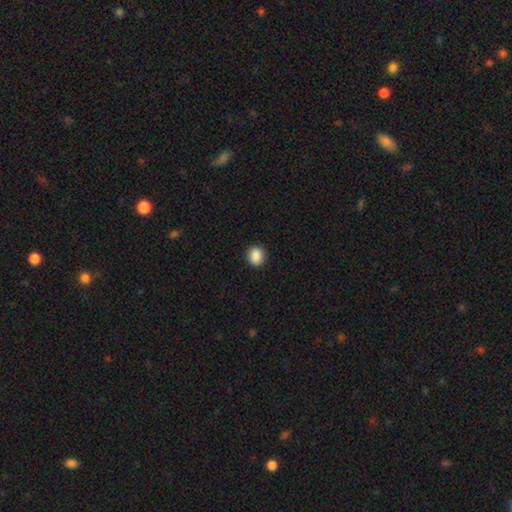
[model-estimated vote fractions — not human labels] smooth-or-featured: smooth: 88% | star or artifact: 9% | featured or disk: 3%
  how-rounded: round: 81% | in between: 18% | cigar-shaped: 1%
  merging: none: 91% | minor disturbance: 6% | major disturbance: 2% | merger: 1%